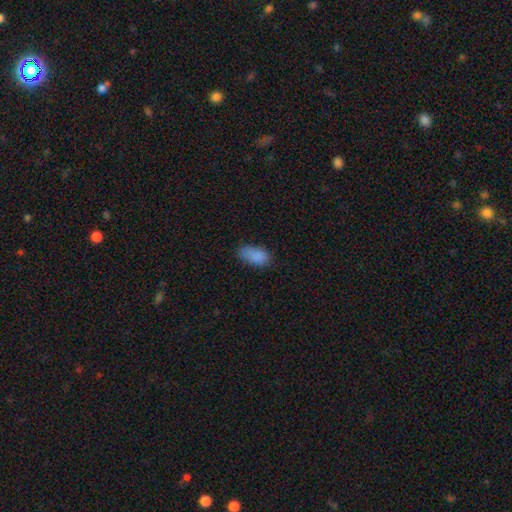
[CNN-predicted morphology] A smooth galaxy with no disk features (86%) that is in between round and cigar-shaped (93%). Merging: none (69%).